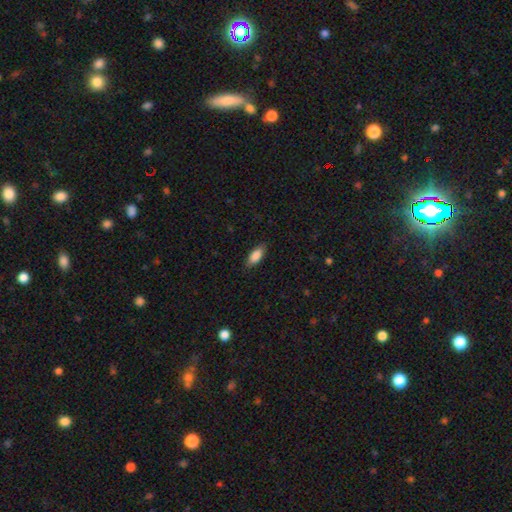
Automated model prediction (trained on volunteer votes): Smooth or featured? smooth (86%)
How rounded? in between (83%)
Merging? none (85%)